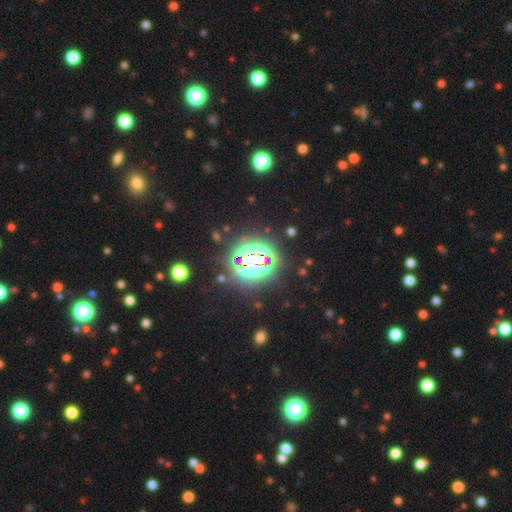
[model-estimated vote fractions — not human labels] A star or artifact, not a galaxy (80%).